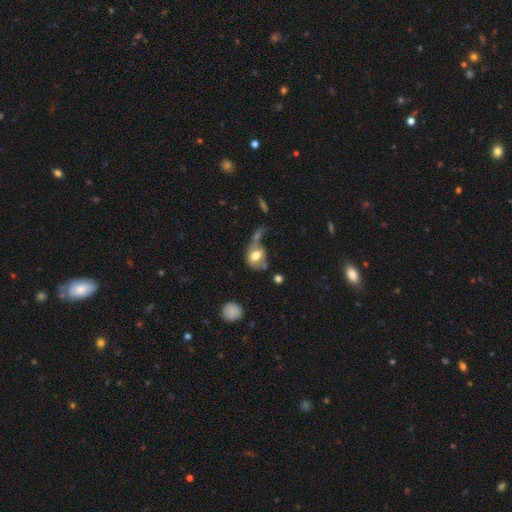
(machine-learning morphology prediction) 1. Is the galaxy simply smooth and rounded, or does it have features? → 65% smooth, 26% featured or disk, 9% star or artifact.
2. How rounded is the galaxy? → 60% in between, 38% round, 2% cigar-shaped.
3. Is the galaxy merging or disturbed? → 30% major disturbance, 29% merger, 25% none, 16% minor disturbance.